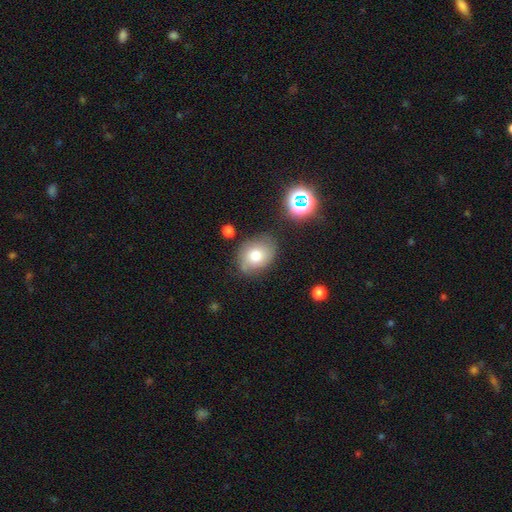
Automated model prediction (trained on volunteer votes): Smooth or featured: smooth — 74% (featured or disk — 16%)
How rounded: in between — 61% (round — 38%)
Merging: none — 71% (minor disturbance — 20%)